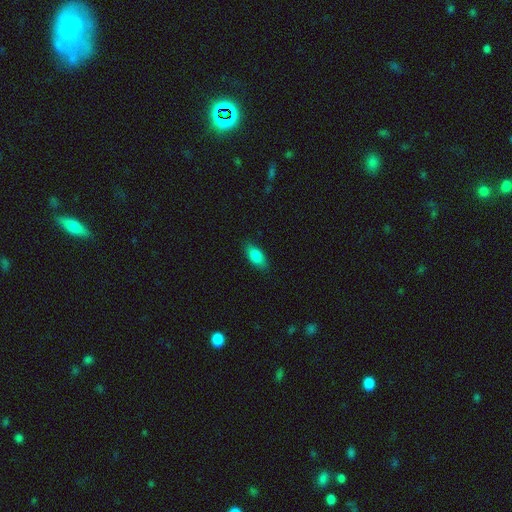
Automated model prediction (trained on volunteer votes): Smooth or featured? smooth (82%)
How rounded? in between (86%)
Merging? none (85%)